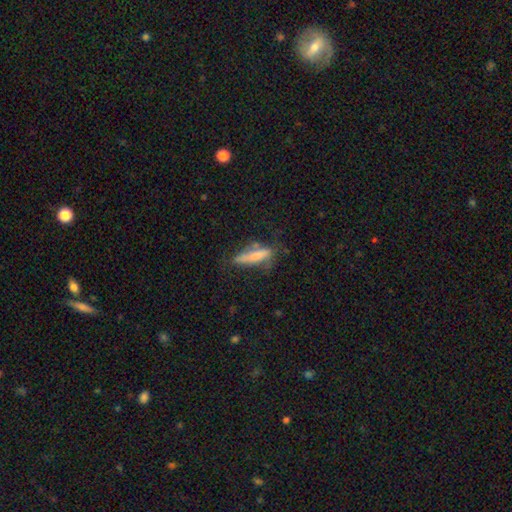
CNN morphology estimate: smooth-or-featured: smooth: 65% | featured or disk: 27% | star or artifact: 8%
  how-rounded: cigar-shaped: 67% | in between: 31% | round: 2%
  merging: none: 50% | minor disturbance: 28% | major disturbance: 16% | merger: 6%